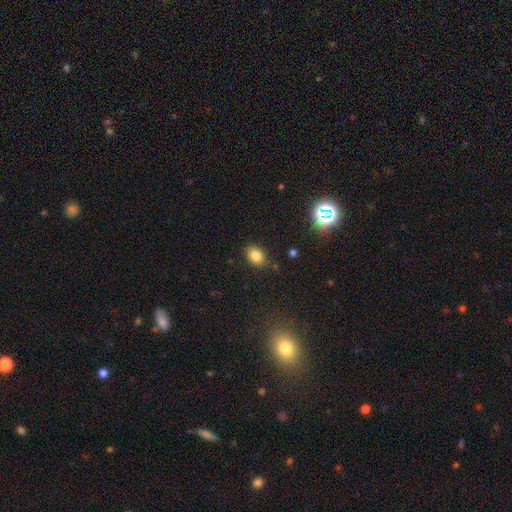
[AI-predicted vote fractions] The model was most divided on "how rounded": in between: 75%, round: 23%, cigar-shaped: 1%. More confident: merging — none (84%); smooth or featured — smooth (81%).